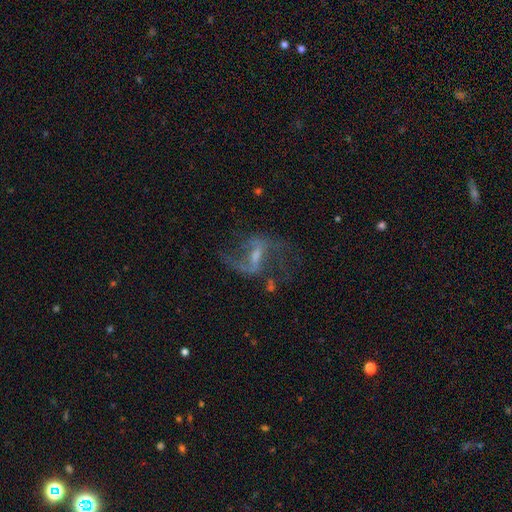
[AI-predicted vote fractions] Smooth or featured? featured or disk (83%)
Edge-on disk? no (96%)
Bar? weak (48%)
Spiral arms? yes (90%)
Spiral winding? loose (72%)
Spiral arm count? 2 (87%)
Bulge size? small (42%)
Merging? none (57%)